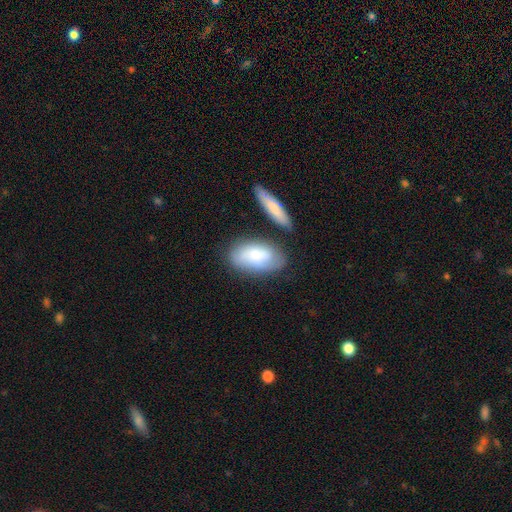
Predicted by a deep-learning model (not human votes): This appears to be a smooth galaxy with no disk features (67%) that is in between round and cigar-shaped (89%). Merging: none (60%).